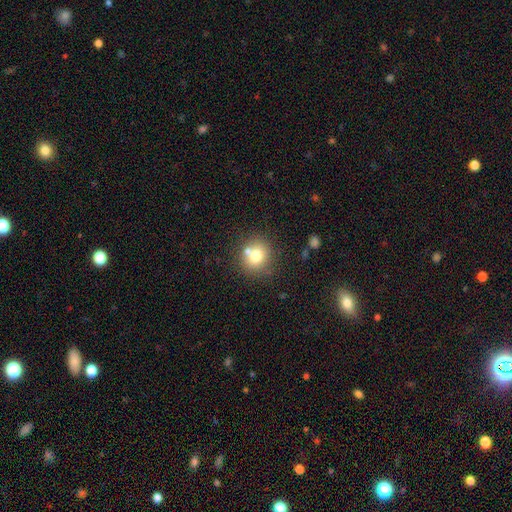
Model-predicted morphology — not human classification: smooth_or_featured: smooth (p=0.74) [alt: featured or disk p=0.14]
how_rounded: round (p=0.85) [alt: in between p=0.15]
merging: none (p=0.66) [alt: merger p=0.20]